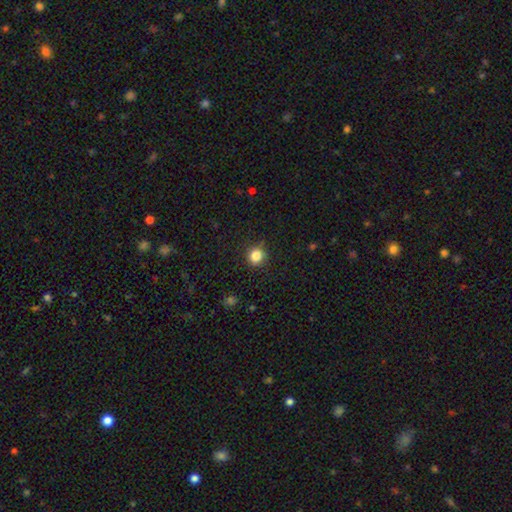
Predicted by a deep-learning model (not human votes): Smooth or featured? Predicted: smooth (p=0.84). How rounded? Predicted: round (p=0.87). Merging? Predicted: none (p=0.86).